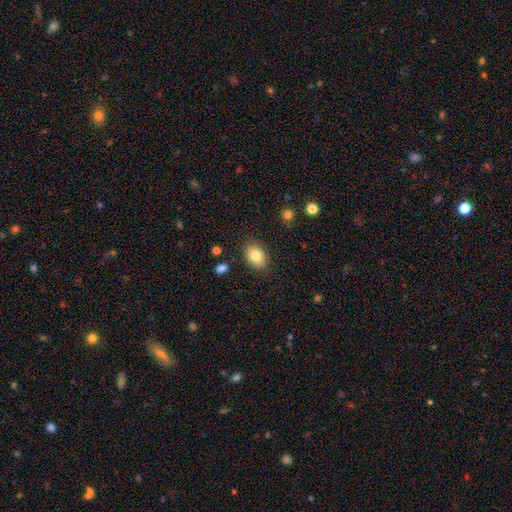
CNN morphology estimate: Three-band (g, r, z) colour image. It shows a smooth galaxy with no disk features (82%) that is in between round and cigar-shaped (74%). Merging: none (86%).